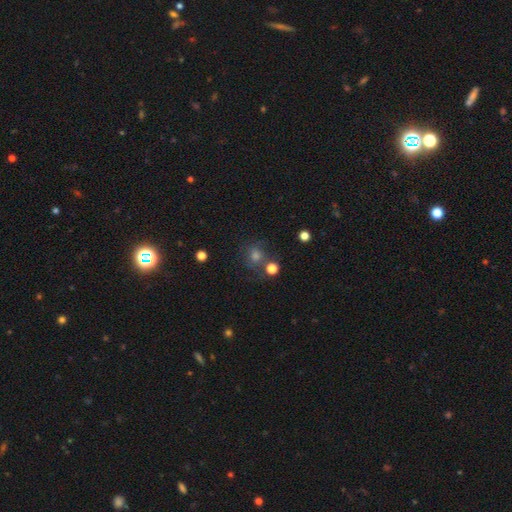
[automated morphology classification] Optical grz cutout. It shows a smooth galaxy with no disk features (54%) that is round (86%). Merging: none (70%).